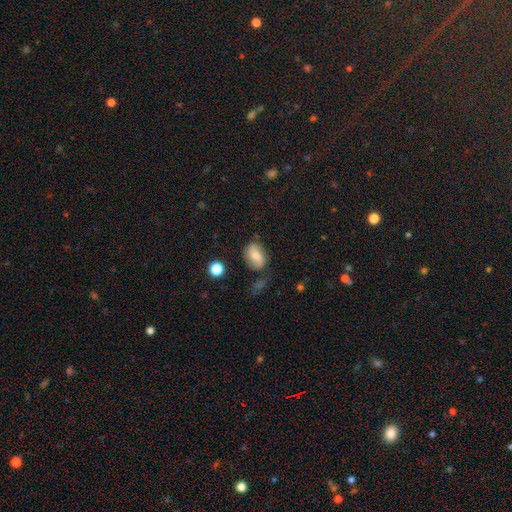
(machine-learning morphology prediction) A smooth galaxy with no disk features (56%) that is in between round and cigar-shaped (74%). Merging: none (68%).